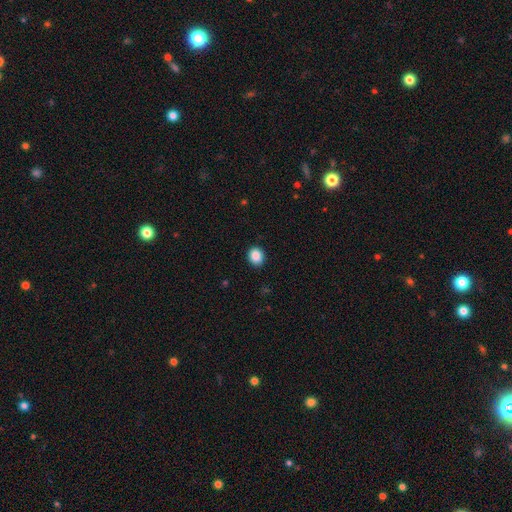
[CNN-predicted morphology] Smooth or featured? Predicted: smooth (p=0.88). How rounded? Predicted: round (p=0.69). Merging? Predicted: none (p=0.90).